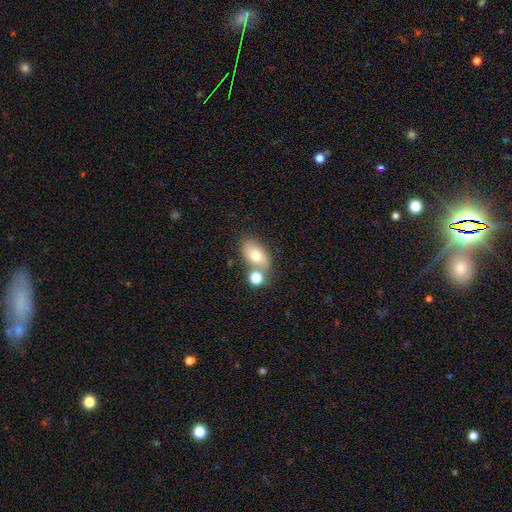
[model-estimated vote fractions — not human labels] A smooth galaxy with no disk features (70%) that is in between round and cigar-shaped (85%).

Vote fractions:
- Smooth or featured? smooth: 70% / featured or disk: 21% / star or artifact: 9%
- How rounded? in between: 85% / round: 13% / cigar-shaped: 2%
- Merging? none: 56% / merger: 25% / minor disturbance: 14% / major disturbance: 5%